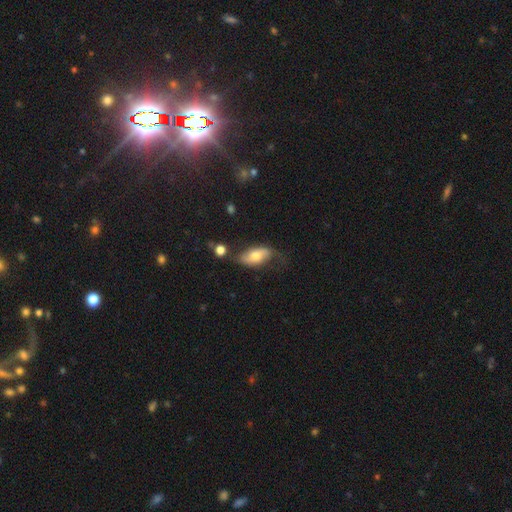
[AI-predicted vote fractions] This appears to be a smooth galaxy with no disk features (57%) that is in between round and cigar-shaped (89%). Merging: none (53%).